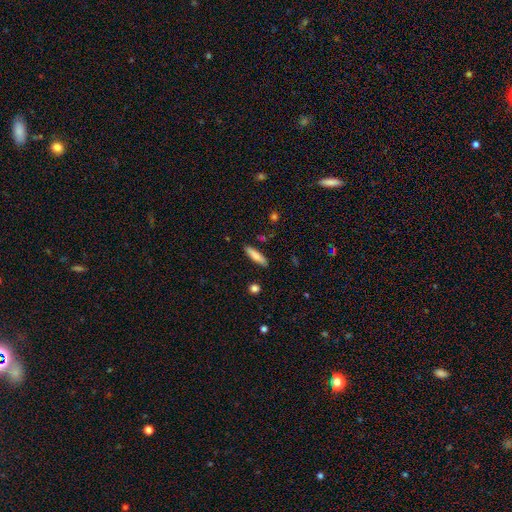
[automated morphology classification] Smooth or featured: smooth — 81% (featured or disk — 13%)
How rounded: cigar-shaped — 73% (in between — 25%)
Merging: none — 87% (minor disturbance — 9%)